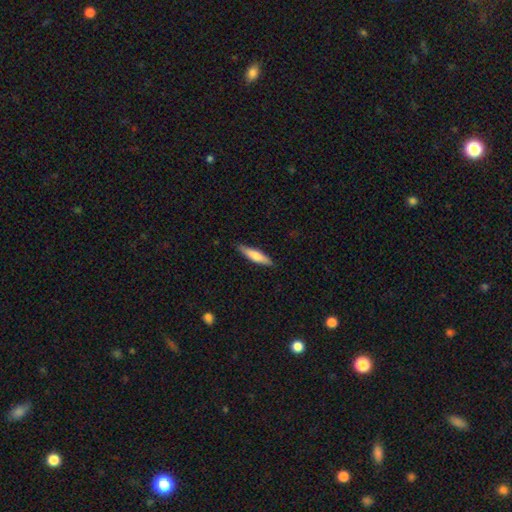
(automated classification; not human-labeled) A smooth galaxy with no disk features (70%) that is cigar-shaped (80%).

Vote fractions:
- Smooth or featured? smooth: 70% / featured or disk: 25% / star or artifact: 5%
- How rounded? cigar-shaped: 80% / in between: 19% / round: 1%
- Merging? none: 87% / minor disturbance: 10% / major disturbance: 2% / merger: 1%